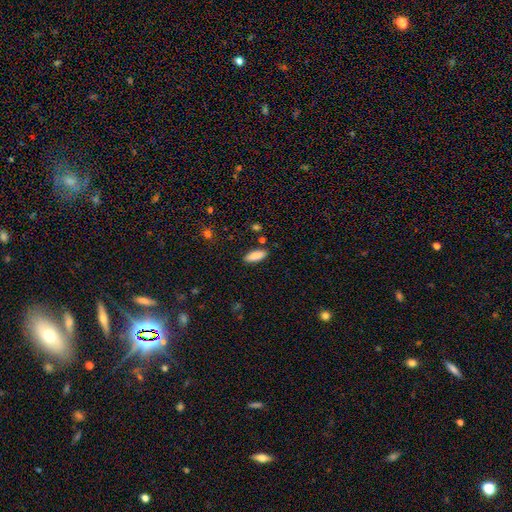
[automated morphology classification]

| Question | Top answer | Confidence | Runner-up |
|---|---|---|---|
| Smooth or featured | smooth | 88% | star or artifact (6%) |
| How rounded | in between | 68% | cigar-shaped (30%) |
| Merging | none | 87% | minor disturbance (9%) |